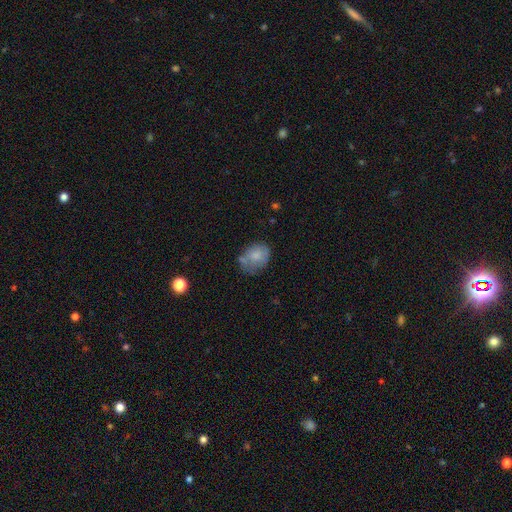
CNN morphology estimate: Smooth or featured: smooth — 72% (featured or disk — 20%)
How rounded: in between — 59% (round — 40%)
Merging: none — 47% (minor disturbance — 30%)